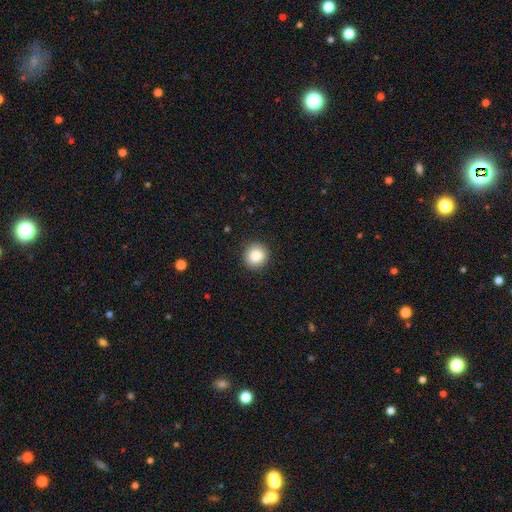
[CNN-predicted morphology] smooth 85%, star or artifact 9%, featured or disk 6%. Down the decision tree: how rounded — round (93%); merging — none (91%).